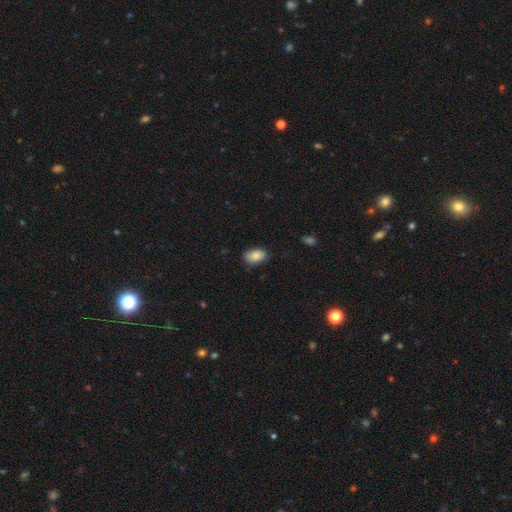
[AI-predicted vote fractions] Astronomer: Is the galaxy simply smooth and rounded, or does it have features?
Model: smooth — 85%.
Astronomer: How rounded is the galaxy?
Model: in between — 91%.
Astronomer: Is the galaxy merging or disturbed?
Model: none — 82%.